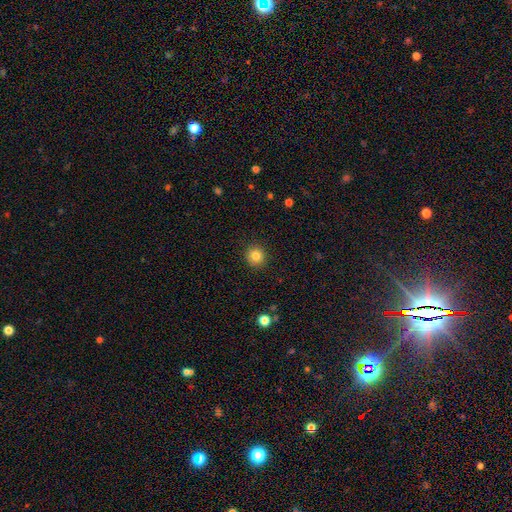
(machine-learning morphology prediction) This is clearly a smooth galaxy (83%). How rounded: clearly round (92%). Merging: clearly none (91%).